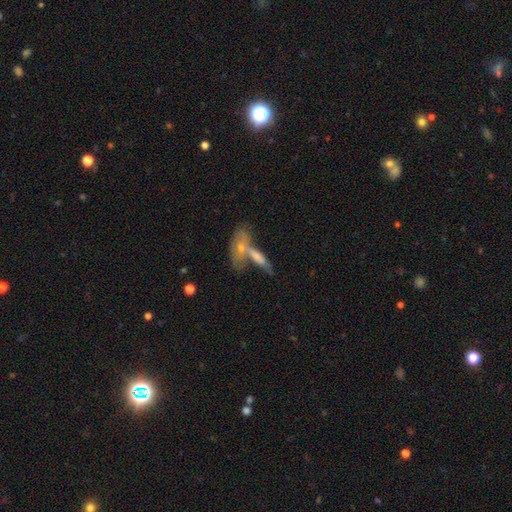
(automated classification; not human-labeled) smooth 47%, featured or disk 42%, star or artifact 11%. Down the decision tree: merging — merger (51%).